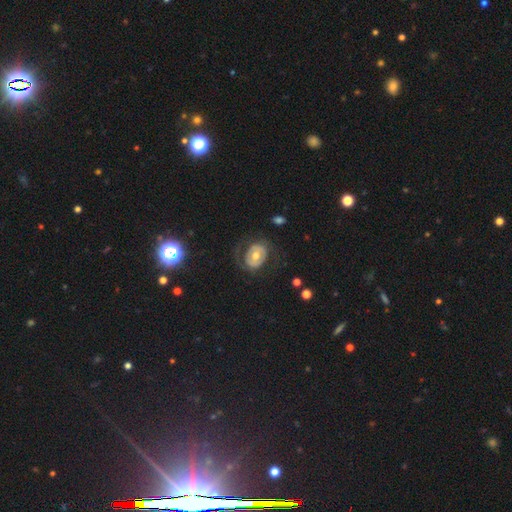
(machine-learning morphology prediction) A featured or disk galaxy (54%) with no bar (60%), no spiral arms (63%) and a moderate central bulge (73%).

Vote fractions:
- Smooth or featured? featured or disk: 54% / smooth: 39% / star or artifact: 7%
- Edge-on disk? no: 95% / yes: 5%
- Bar? no: 60% / weak: 26% / strong: 14%
- Spiral arms? no: 63% / yes: 37%
- Bulge size? moderate: 73% / small: 16% / large: 8% / none: 1% / dominant: 1%
- Merging? none: 63% / major disturbance: 19% / minor disturbance: 17% / merger: 2%